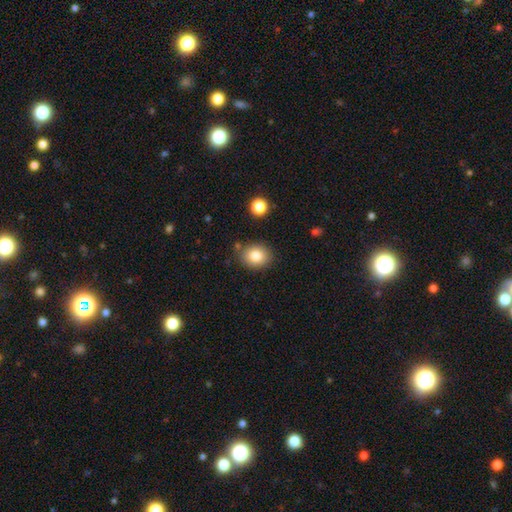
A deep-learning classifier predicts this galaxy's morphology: type=smooth (82%); roundness=round (58%); merging=none (83%).